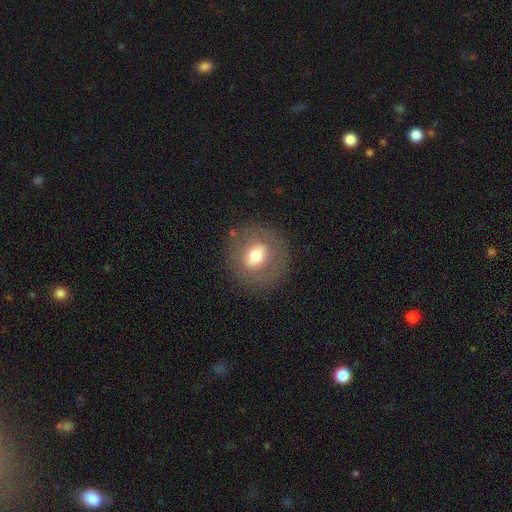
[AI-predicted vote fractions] Smooth or featured?
  - smooth: 58% *
  - featured or disk: 33%
  - star or artifact: 9%
How rounded?
  - round: 77% *
  - in between: 22%
  - cigar-shaped: 1%
Merging?
  - none: 82% *
  - minor disturbance: 11%
  - major disturbance: 6%
  - merger: 1%